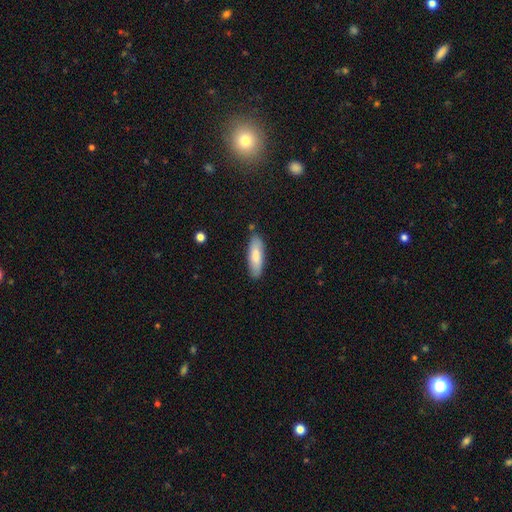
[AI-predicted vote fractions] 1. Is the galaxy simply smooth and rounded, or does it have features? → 80% smooth, 14% featured or disk, 6% star or artifact.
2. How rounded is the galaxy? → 52% in between, 46% cigar-shaped, 1% round.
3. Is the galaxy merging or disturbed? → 83% none, 13% minor disturbance, 3% merger, 2% major disturbance.